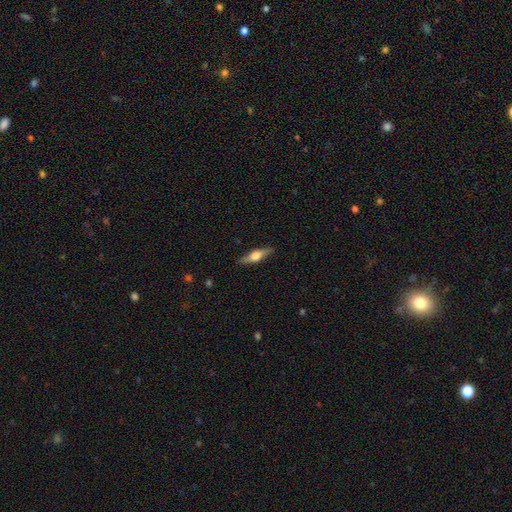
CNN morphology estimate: This is likely a featured or disk galaxy (60%). It is clearly viewed edge-on (95%). Edge-on bulge: clearly rounded (90%). Merging: clearly none (87%).